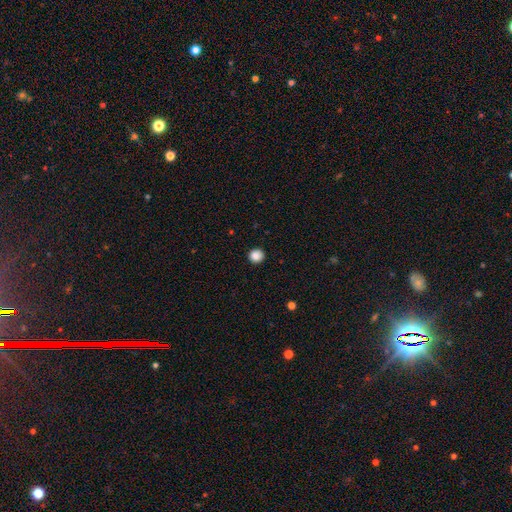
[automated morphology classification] This is clearly a smooth galaxy (87%). How rounded: clearly round (93%). Merging: clearly none (93%).